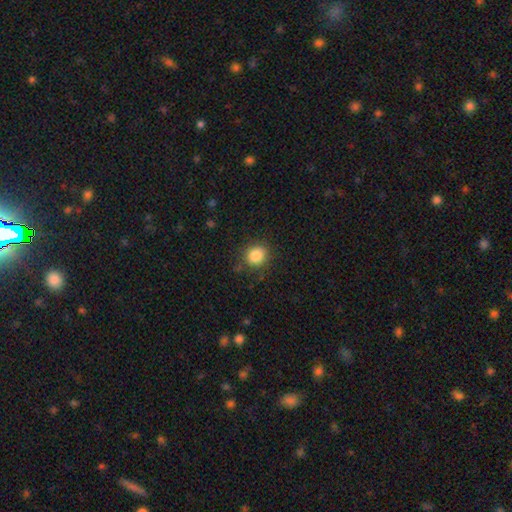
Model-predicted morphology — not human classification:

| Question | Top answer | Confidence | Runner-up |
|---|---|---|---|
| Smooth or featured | smooth | 85% | star or artifact (10%) |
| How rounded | round | 81% | in between (18%) |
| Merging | none | 83% | minor disturbance (12%) |